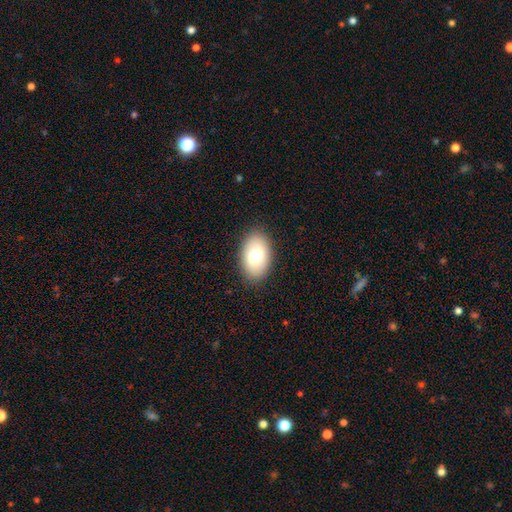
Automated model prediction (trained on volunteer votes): Overall: smooth (75%). How rounded: in between (90%). Merging: none (87%).